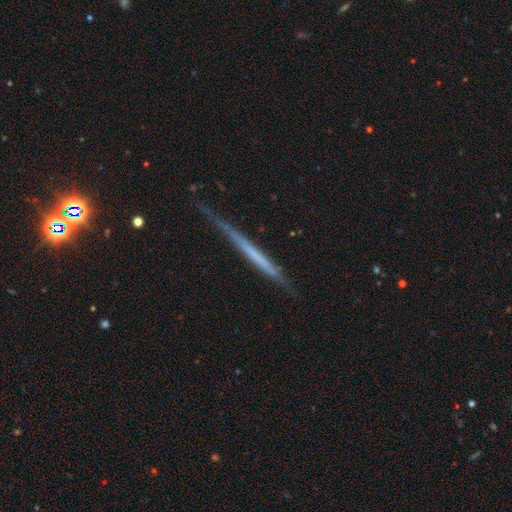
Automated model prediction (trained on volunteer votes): This is possibly a featured or disk galaxy (58%). It is clearly viewed edge-on (96%). Edge-on bulge: clearly none (91%). Merging: likely none (73%).